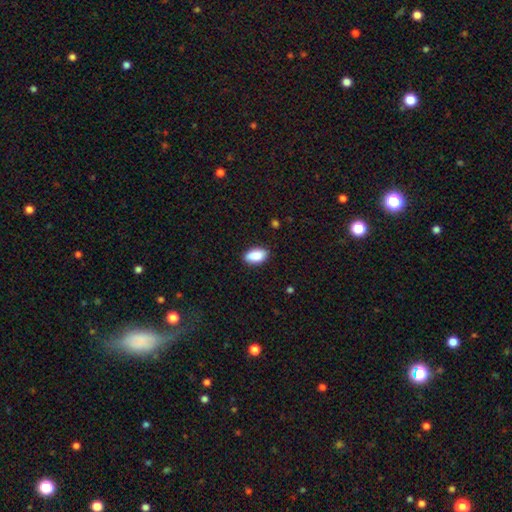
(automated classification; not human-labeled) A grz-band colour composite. It shows a smooth galaxy with no disk features (88%) that is in between round and cigar-shaped (92%). Merging: none (87%).